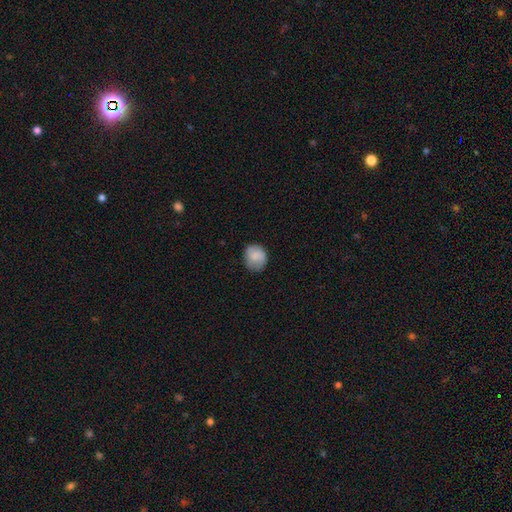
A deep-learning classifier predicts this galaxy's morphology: A smooth galaxy with no disk features (81%) that is round (74%).

Vote fractions:
- Smooth or featured? smooth: 81% / featured or disk: 11% / star or artifact: 7%
- How rounded? round: 74% / in between: 25% / cigar-shaped: 1%
- Merging? none: 75% / minor disturbance: 19% / major disturbance: 4% / merger: 1%